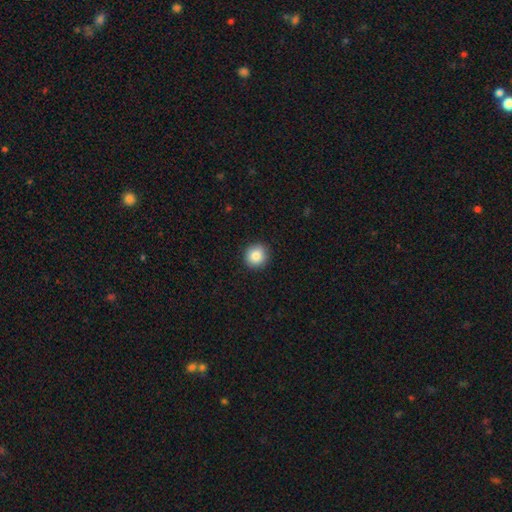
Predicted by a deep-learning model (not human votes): smooth 87%, star or artifact 9%, featured or disk 5%. Down the decision tree: how rounded — round (88%); merging — none (91%).